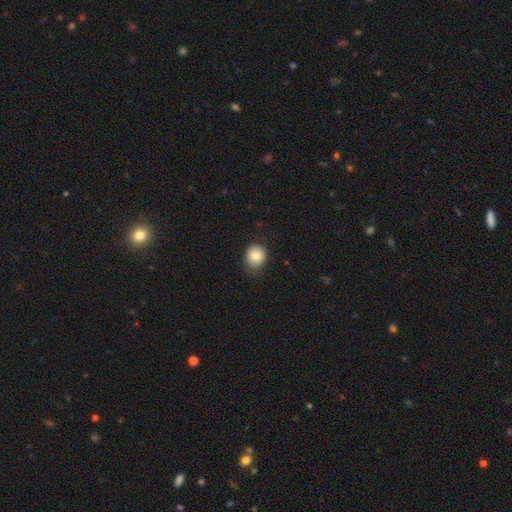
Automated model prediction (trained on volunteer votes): A smooth galaxy with no disk features (78%) that is round (76%). Merging: none (78%).